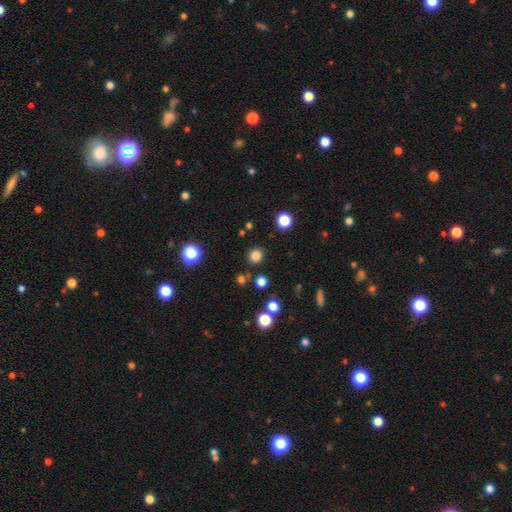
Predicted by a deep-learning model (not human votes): smooth-or-featured: smooth: 79% | star or artifact: 16% | featured or disk: 4%
  how-rounded: round: 93% | in between: 6% | cigar-shaped: 1%
  merging: none: 89% | minor disturbance: 6% | merger: 3% | major disturbance: 2%